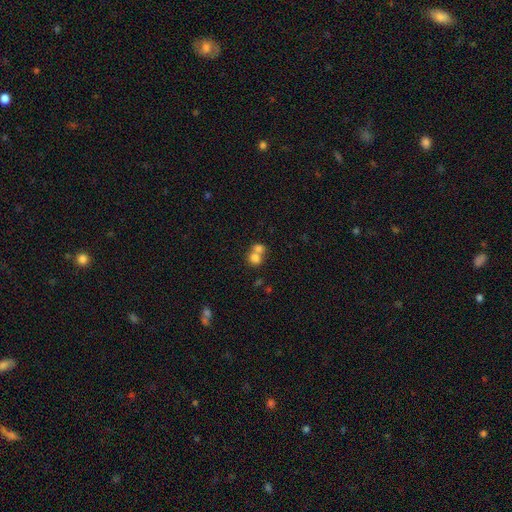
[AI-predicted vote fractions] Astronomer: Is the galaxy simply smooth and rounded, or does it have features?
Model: smooth — 75%.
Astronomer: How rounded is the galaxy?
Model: round — 70%.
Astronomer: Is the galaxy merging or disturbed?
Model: merger — 65%.